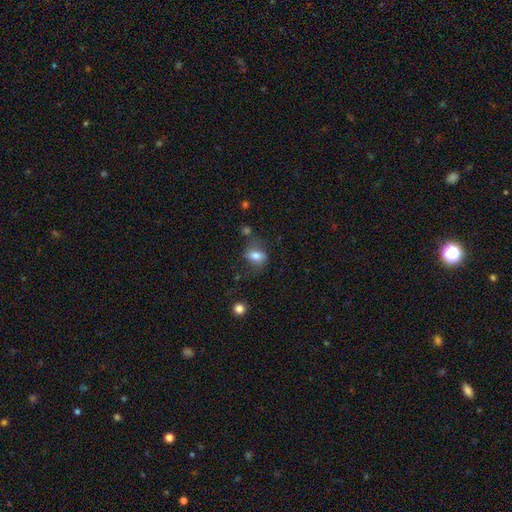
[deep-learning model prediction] Q: Smooth or featured?
A: smooth (73%); runner-up: featured or disk (17%)
Q: How rounded?
A: in between (74%); runner-up: round (23%)
Q: Merging?
A: none (60%); runner-up: minor disturbance (23%)